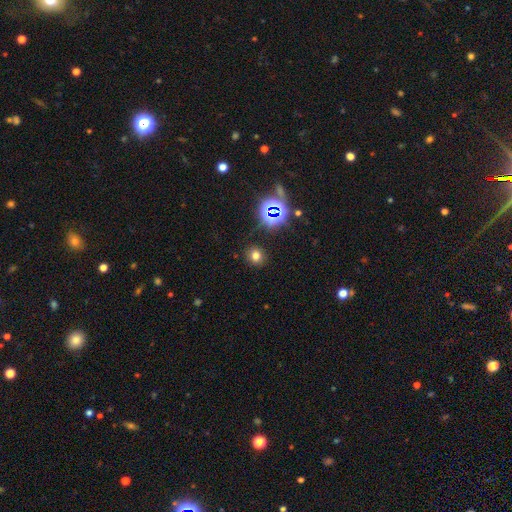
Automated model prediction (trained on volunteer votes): smooth_or_featured: smooth (p=0.69) [alt: star or artifact p=0.23]
how_rounded: round (p=0.85) [alt: in between p=0.14]
merging: none (p=0.89) [alt: minor disturbance p=0.07]